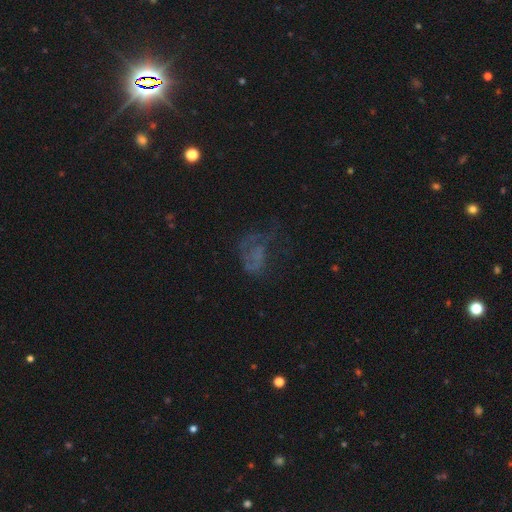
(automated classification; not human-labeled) featured or disk 43%, smooth 33%, star or artifact 24%. Down the decision tree: merging — major disturbance (46%).